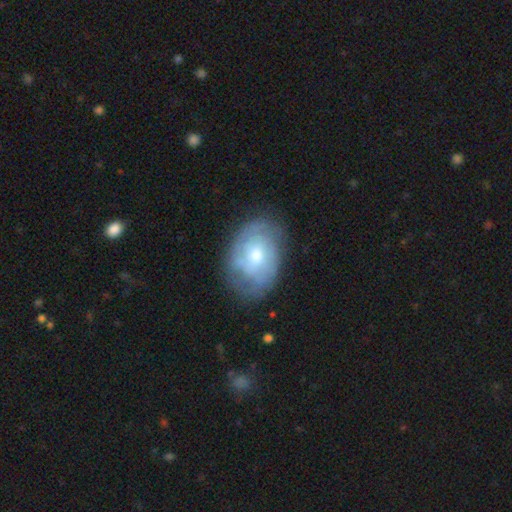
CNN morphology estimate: smooth_or_featured: featured or disk (p=0.63) [alt: smooth p=0.31]
disk_edge_on: no (p=0.96) [alt: yes p=0.04]
bar: no (p=0.70) [alt: weak p=0.27]
has_spiral_arms: yes (p=0.75) [alt: no p=0.25]
bulge_size: moderate (p=0.59) [alt: small p=0.31]
merging: none (p=0.68) [alt: minor disturbance p=0.23]